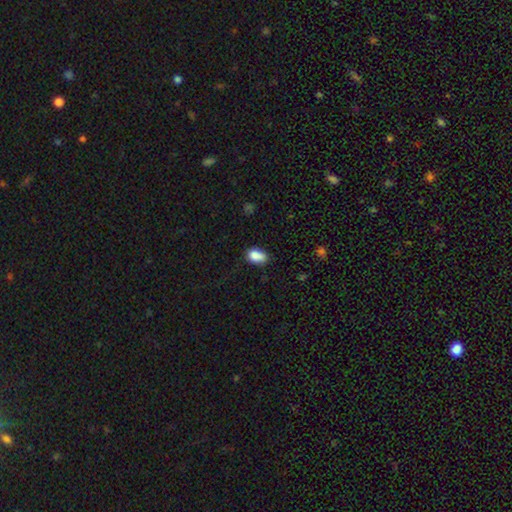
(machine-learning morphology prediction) Q: Smooth or featured?
A: smooth (84%); runner-up: star or artifact (9%)
Q: How rounded?
A: in between (83%); runner-up: round (15%)
Q: Merging?
A: none (55%); runner-up: minor disturbance (29%)